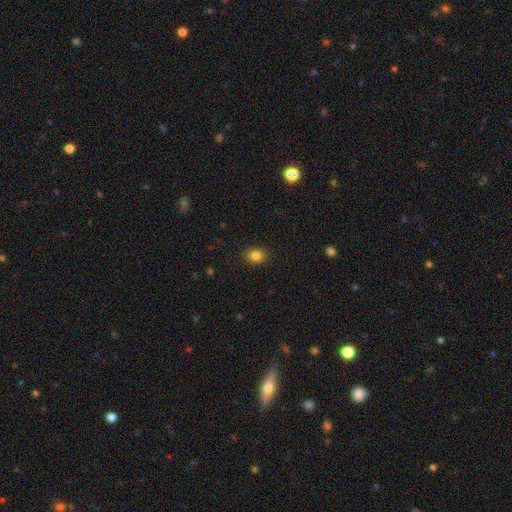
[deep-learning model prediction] Smooth or featured? Predicted: smooth (p=0.83). How rounded? Predicted: round (p=0.58). Merging? Predicted: none (p=0.90).